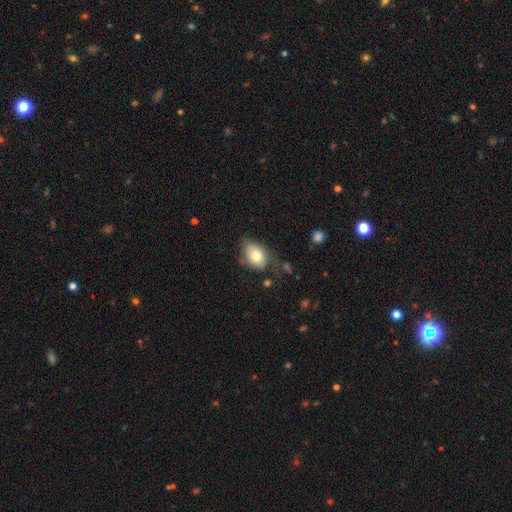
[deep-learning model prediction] smooth 76%, featured or disk 17%, star or artifact 8%. Down the decision tree: how rounded — in between (76%); merging — none (58%).